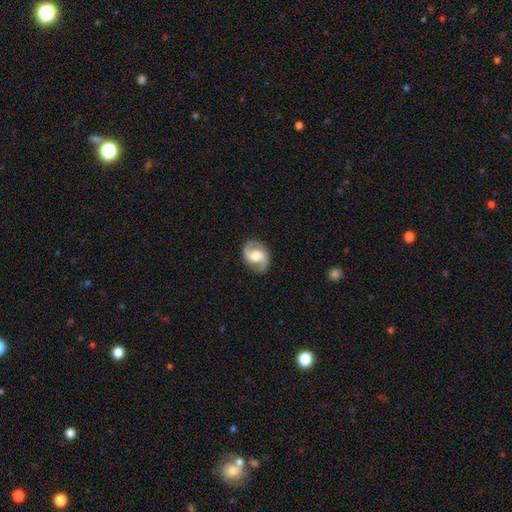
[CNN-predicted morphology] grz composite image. It shows a featured or disk galaxy (86%) with a weak bar (46%), 2 (94%) medium (54%) spiral arms (96%) and a moderate central bulge (57%). Merging: none (85%).